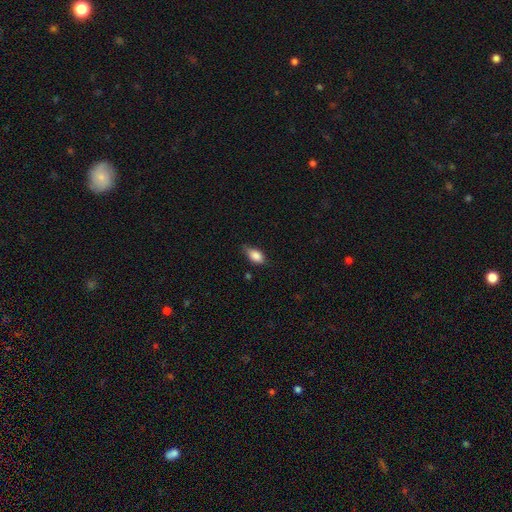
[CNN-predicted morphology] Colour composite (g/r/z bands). It shows a smooth galaxy with no disk features (85%) that is in between round and cigar-shaped (88%). Merging: none (55%).